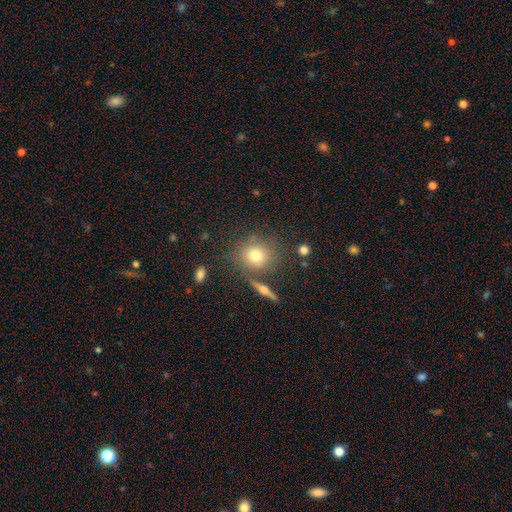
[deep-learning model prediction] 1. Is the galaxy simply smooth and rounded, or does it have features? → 72% smooth, 15% featured or disk, 13% star or artifact.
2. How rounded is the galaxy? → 82% round, 16% in between, 2% cigar-shaped.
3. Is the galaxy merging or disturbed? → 75% none, 12% minor disturbance, 9% merger, 4% major disturbance.